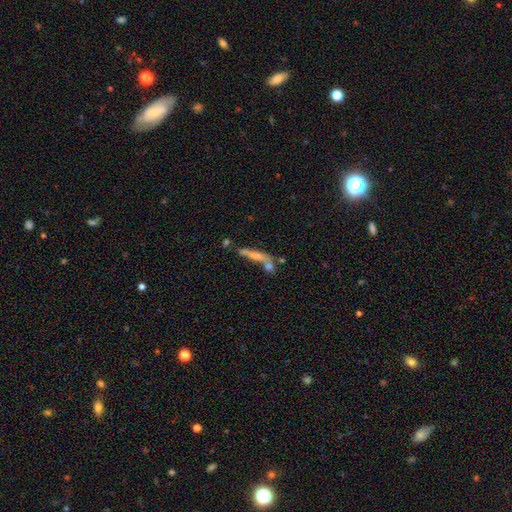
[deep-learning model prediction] Q: Smooth or featured?
A: smooth (54%); runner-up: featured or disk (36%)
Q: How rounded?
A: cigar-shaped (84%); runner-up: in between (13%)
Q: Merging?
A: none (43%); runner-up: merger (34%)